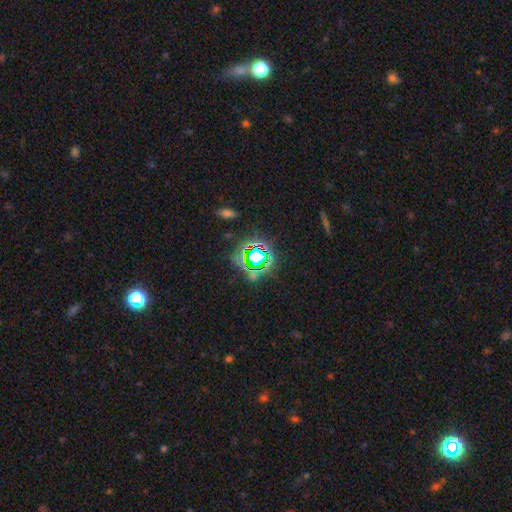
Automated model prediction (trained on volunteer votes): A star or artifact, not a galaxy (70%).